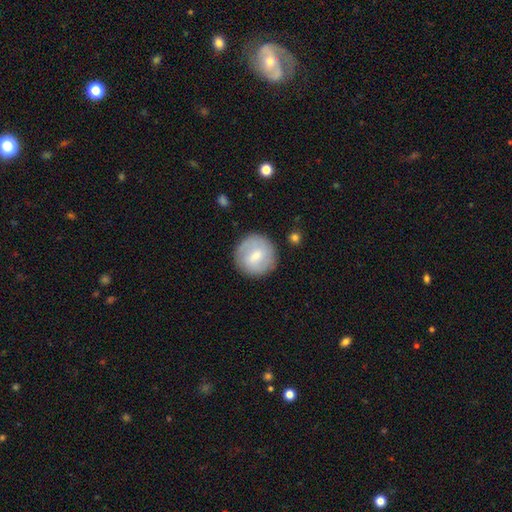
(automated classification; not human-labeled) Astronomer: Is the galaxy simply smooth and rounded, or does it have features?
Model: smooth — 59% (runner-up: featured or disk, 35%).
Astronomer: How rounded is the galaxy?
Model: round — 93%.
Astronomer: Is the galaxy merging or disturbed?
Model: none — 84%.